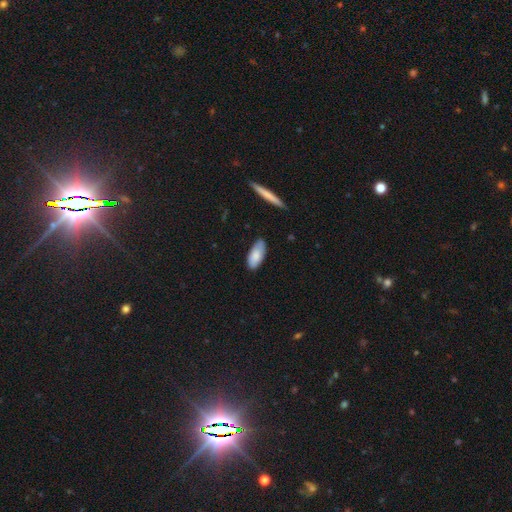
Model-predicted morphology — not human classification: type=smooth (82%); roundness=in between (87%); merging=none (80%).